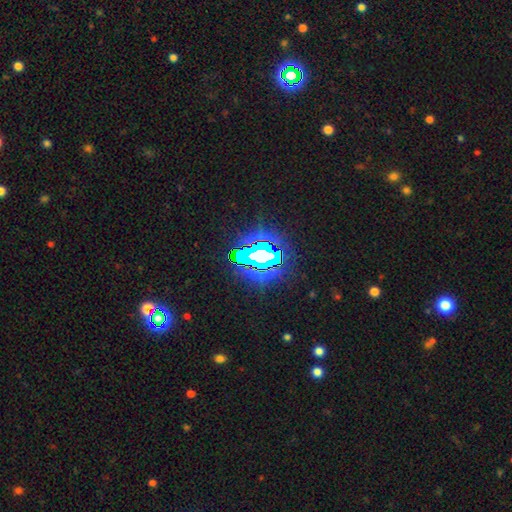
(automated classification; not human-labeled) A star or artifact, not a galaxy (84%).